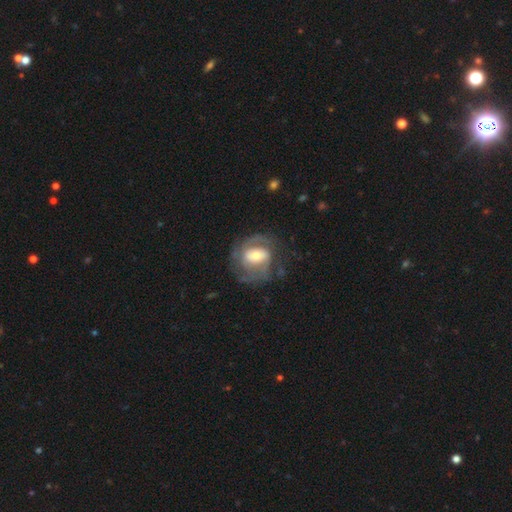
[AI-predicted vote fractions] This is likely a featured or disk galaxy (76%). It is clearly not viewed edge-on (97%). Bar: marginally weak (42%). Spiral arm pattern: clearly yes (86%). Spiral arm count: likely 2 (60%). Spiral winding: marginally medium (43%). Central bulge: possibly moderate (55%). Merging: likely none (64%).